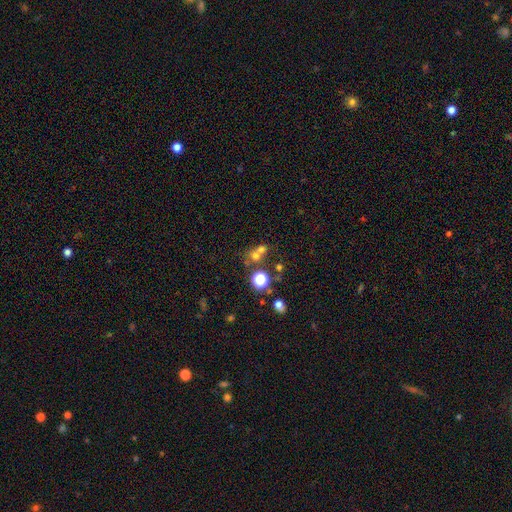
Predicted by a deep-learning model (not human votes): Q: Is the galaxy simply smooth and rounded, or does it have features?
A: smooth — 59%.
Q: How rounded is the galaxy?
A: round — 79%.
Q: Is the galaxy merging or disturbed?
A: merger — 46%.